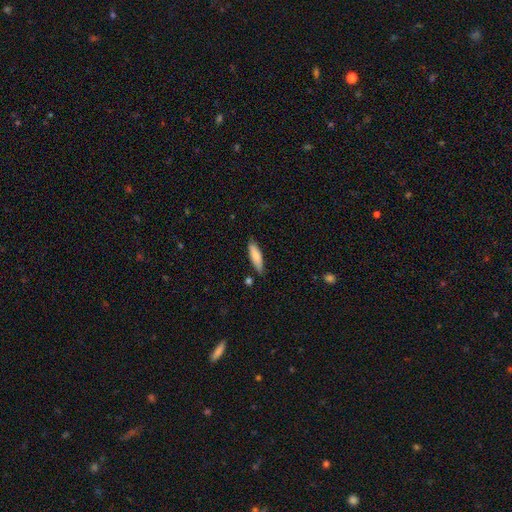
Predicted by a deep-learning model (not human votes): Smooth or featured? Predicted: smooth (p=0.79). How rounded? Predicted: cigar-shaped (p=0.56). Merging? Predicted: none (p=0.79).